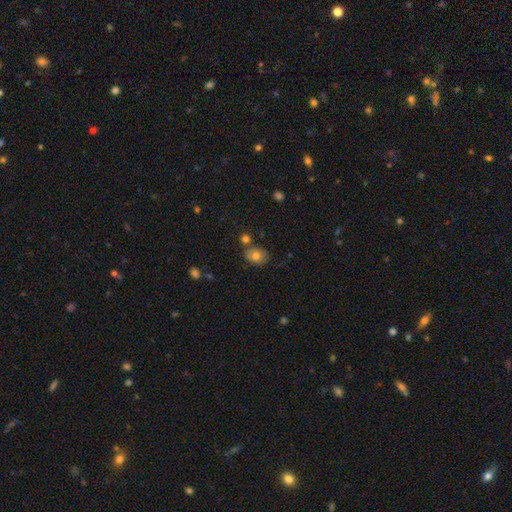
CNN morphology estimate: Smooth or featured?
  - smooth: 76% *
  - featured or disk: 14%
  - star or artifact: 10%
How rounded?
  - in between: 61% *
  - round: 38%
  - cigar-shaped: 1%
Merging?
  - none: 68% *
  - minor disturbance: 16%
  - merger: 11%
  - major disturbance: 4%